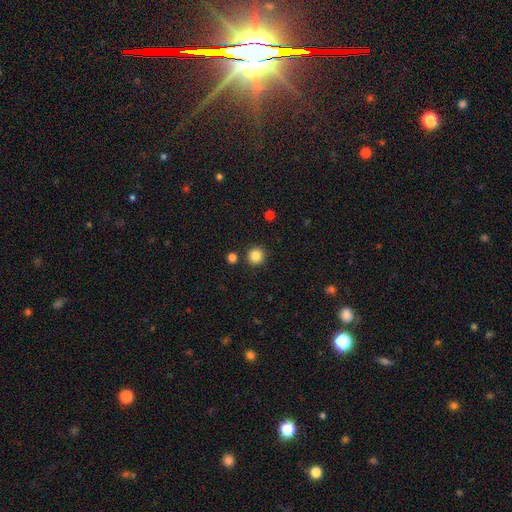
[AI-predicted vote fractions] Morphology: type=smooth (85%); roundness=round (95%); merging=none (89%).